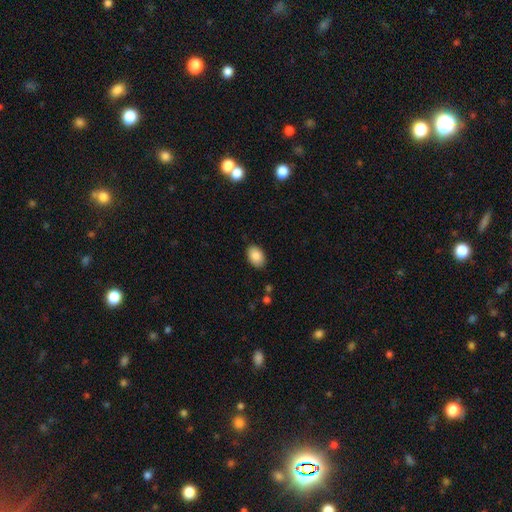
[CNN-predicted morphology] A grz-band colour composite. It shows a smooth galaxy with no disk features (87%) that is in between round and cigar-shaped (87%). Merging: none (87%).